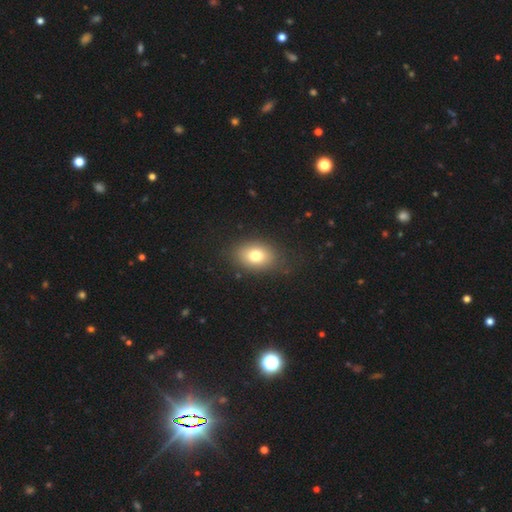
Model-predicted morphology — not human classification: Smooth or featured: smooth — 77% (featured or disk — 13%)
How rounded: in between — 75% (round — 23%)
Merging: none — 81% (minor disturbance — 13%)